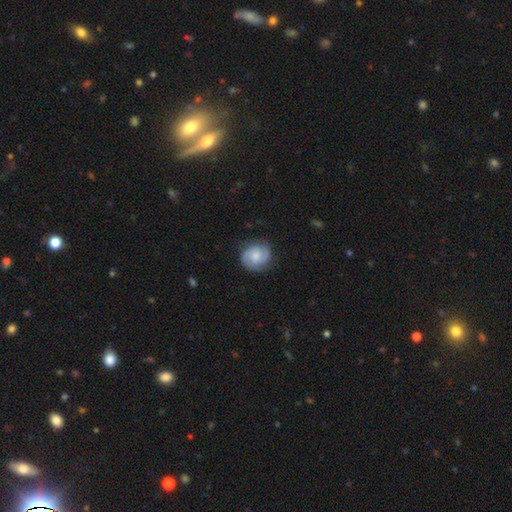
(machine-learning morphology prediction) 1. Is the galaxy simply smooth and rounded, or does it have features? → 61% featured or disk, 32% smooth, 7% star or artifact.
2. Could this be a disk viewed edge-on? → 98% no, 2% yes.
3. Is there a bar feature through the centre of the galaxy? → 58% no, 36% weak, 5% strong.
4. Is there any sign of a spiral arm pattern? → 93% yes, 7% no.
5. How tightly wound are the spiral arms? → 45% tight, 42% medium, 13% loose.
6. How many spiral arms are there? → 84% 2, 8% can't tell, 3% 3, 2% 1, 1% 4, 1% more than 4.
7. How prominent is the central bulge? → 46% moderate, 36% small, 10% none, 7% large, 2% dominant.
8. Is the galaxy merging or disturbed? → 80% none, 15% minor disturbance, 4% major disturbance, 1% merger.